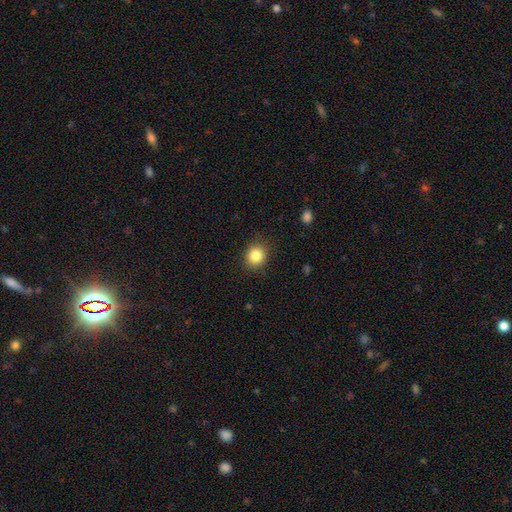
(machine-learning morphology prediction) Smooth or featured: smooth — 85% (star or artifact — 10%)
How rounded: round — 80% (in between — 19%)
Merging: none — 86% (minor disturbance — 10%)